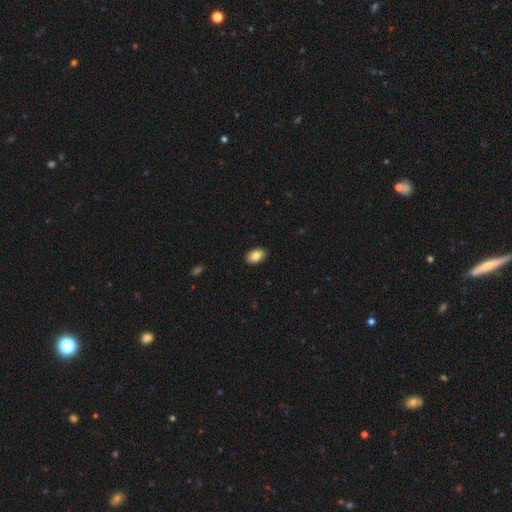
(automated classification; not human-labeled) smooth-or-featured: smooth: 85% | featured or disk: 8% | star or artifact: 7%
  how-rounded: in between: 91% | round: 8% | cigar-shaped: 1%
  merging: none: 90% | minor disturbance: 7% | major disturbance: 2% | merger: 1%